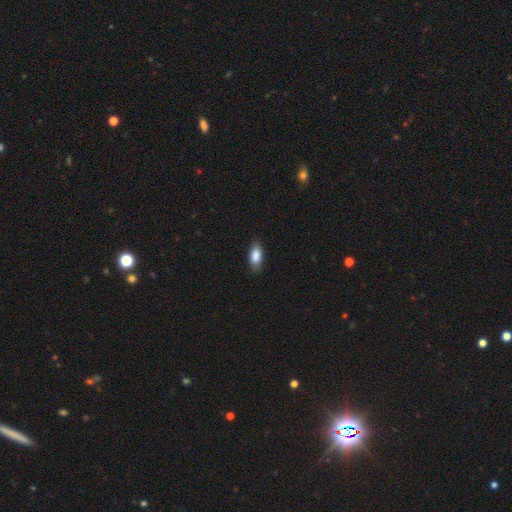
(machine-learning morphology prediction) This is clearly a smooth galaxy (86%). How rounded: clearly in between (88%). Merging: clearly none (83%).